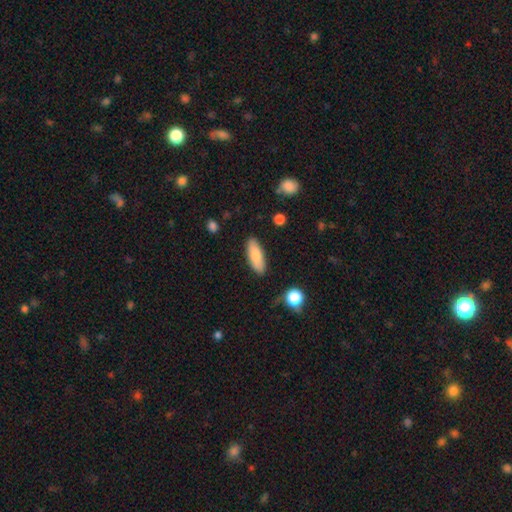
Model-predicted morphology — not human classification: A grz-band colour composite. It shows a smooth galaxy with no disk features (82%) that is in between round and cigar-shaped (66%). Merging: none (86%).